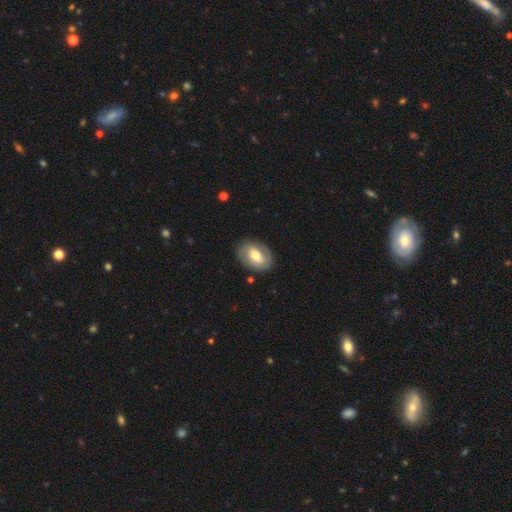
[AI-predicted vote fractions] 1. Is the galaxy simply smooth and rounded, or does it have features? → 52% featured or disk, 42% smooth, 6% star or artifact.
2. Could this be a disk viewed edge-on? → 94% no, 6% yes.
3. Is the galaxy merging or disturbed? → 81% none, 13% minor disturbance, 4% major disturbance, 1% merger.